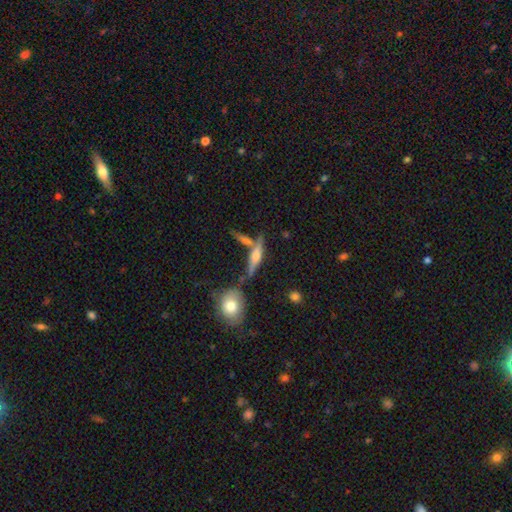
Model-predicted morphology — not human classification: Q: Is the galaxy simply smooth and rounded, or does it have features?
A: featured or disk — 62%.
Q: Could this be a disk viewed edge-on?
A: yes — 94%.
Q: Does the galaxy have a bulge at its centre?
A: rounded — 88%.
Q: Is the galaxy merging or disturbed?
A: none — 66%.